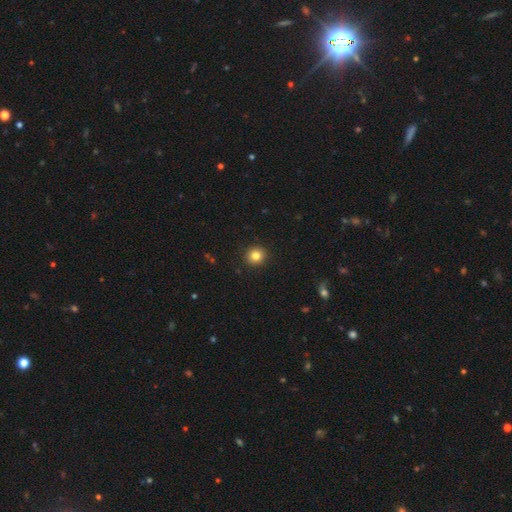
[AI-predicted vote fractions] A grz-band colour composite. It shows a smooth galaxy with no disk features (83%) that is round (89%). Merging: none (92%).